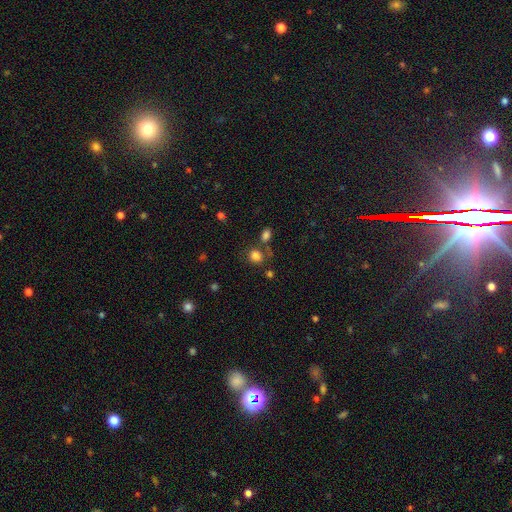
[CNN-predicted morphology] This is clearly a smooth galaxy (81%). How rounded: likely round (71%). Merging: likely none (66%).